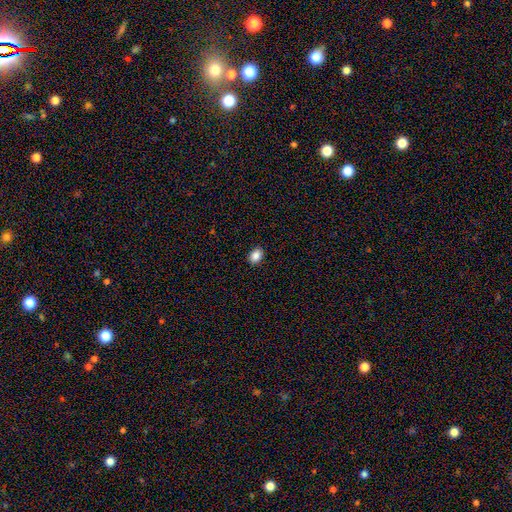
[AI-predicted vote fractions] The model was most divided on "how rounded": in between: 70%, round: 29%, cigar-shaped: 1%. More confident: merging — none (91%); smooth or featured — smooth (87%).